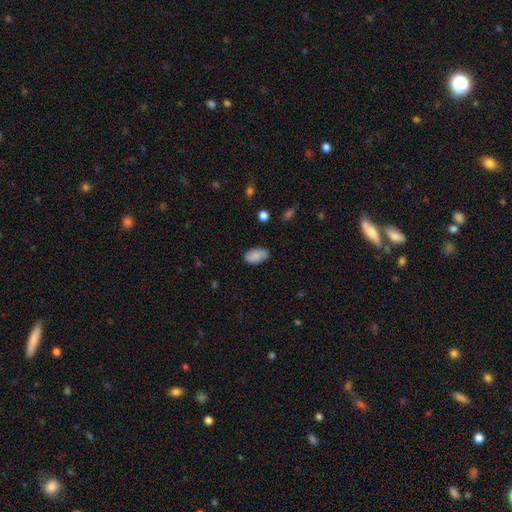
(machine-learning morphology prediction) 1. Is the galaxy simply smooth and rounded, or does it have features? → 85% smooth, 8% featured or disk, 7% star or artifact.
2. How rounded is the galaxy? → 94% in between, 3% round, 2% cigar-shaped.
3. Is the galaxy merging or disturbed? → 81% none, 14% minor disturbance, 3% major disturbance, 2% merger.